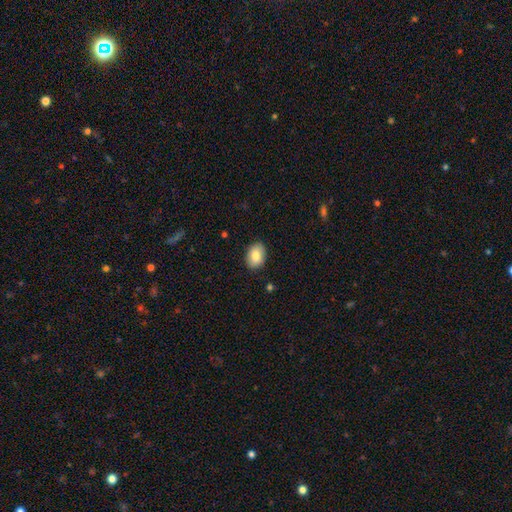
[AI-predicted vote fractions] smooth_or_featured: smooth (p=0.82) [alt: featured or disk p=0.12]
how_rounded: in between (p=0.80) [alt: round p=0.19]
merging: none (p=0.88) [alt: minor disturbance p=0.09]